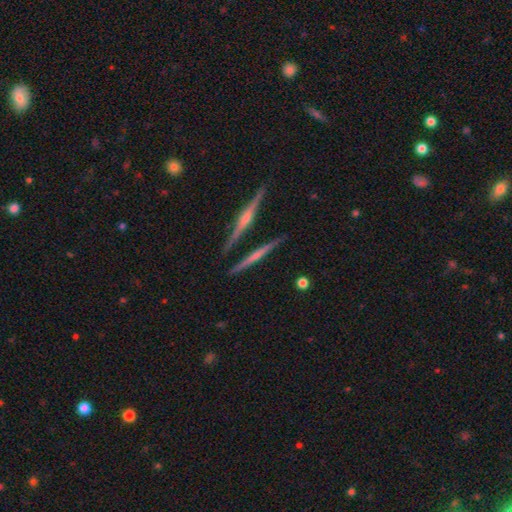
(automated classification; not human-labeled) Overall: featured or disk (72%). Edge-on disk: yes (97%). Edge-on bulge: rounded (59%; none 30%). Merging: none (85%).